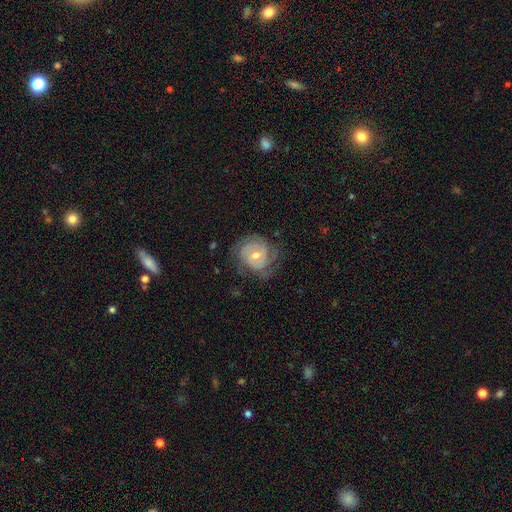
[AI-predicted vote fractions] The model was most divided on "spiral arm count": 2: 31%, can't tell: 30%, 3: 23%, 4: 7%, 1: 5%, more than 4: 4%. More confident: edge-on disk — no (98%); spiral arms — yes (93%); smooth or featured — featured or disk (79%); merging — none (66%); spiral winding — tight (62%); bulge size — moderate (58%); bar — no (54%).